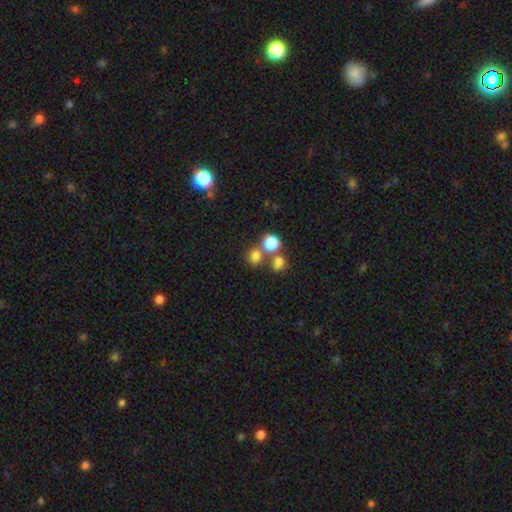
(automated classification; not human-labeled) A smooth galaxy with no disk features (75%) that is round (80%). Merging: none (58%).